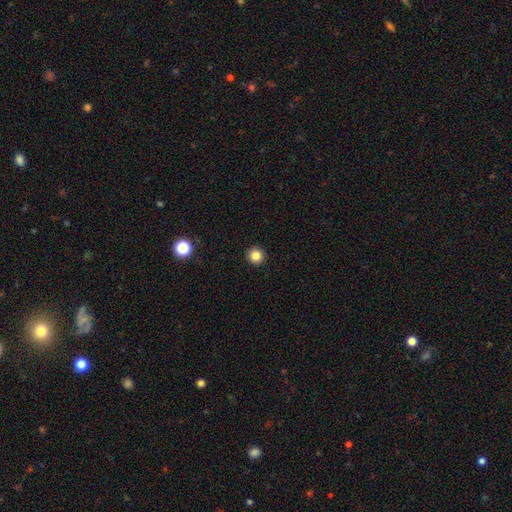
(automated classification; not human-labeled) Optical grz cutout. It shows a smooth galaxy with no disk features (84%) that is round (96%). Merging: none (94%).